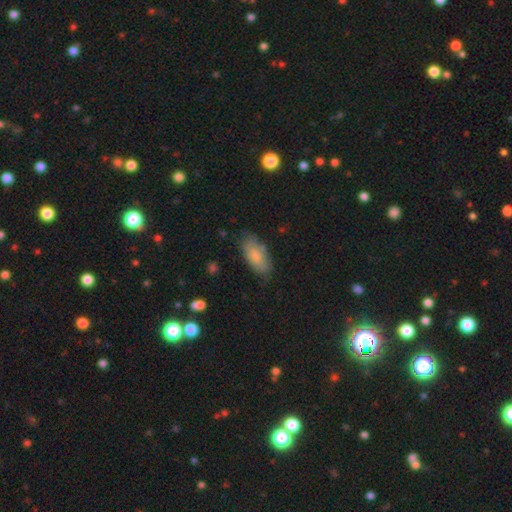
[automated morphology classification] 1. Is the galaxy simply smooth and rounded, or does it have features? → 80% smooth, 13% featured or disk, 6% star or artifact.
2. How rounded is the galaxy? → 88% in between, 10% cigar-shaped, 2% round.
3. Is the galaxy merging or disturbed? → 75% none, 19% minor disturbance, 4% major disturbance, 2% merger.